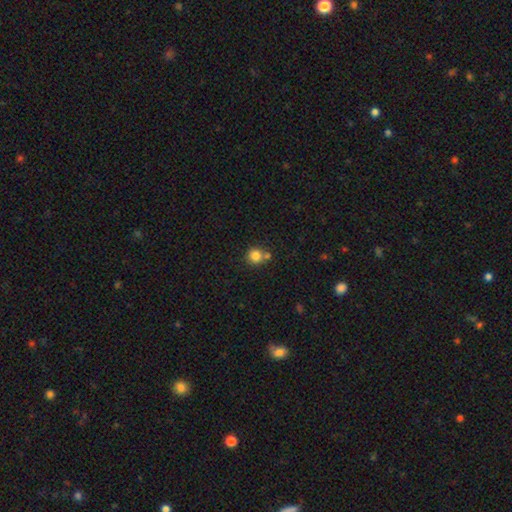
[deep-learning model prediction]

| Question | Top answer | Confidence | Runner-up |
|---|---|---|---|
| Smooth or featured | smooth | 82% | star or artifact (11%) |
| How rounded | round | 90% | in between (9%) |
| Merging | none | 61% | merger (26%) |